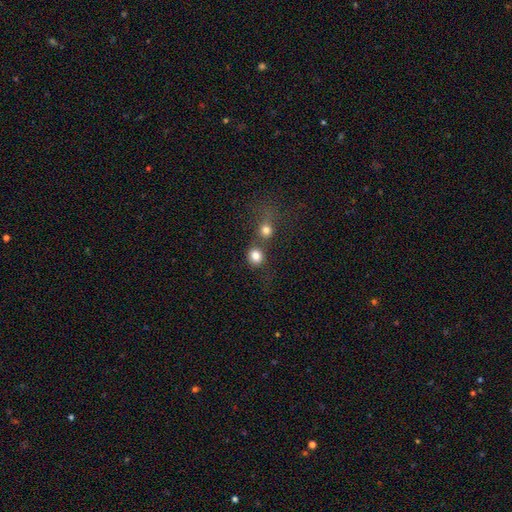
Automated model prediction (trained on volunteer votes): Overall: smooth (81%). How rounded: round (83%). Merging: none (53%; merger 34%).